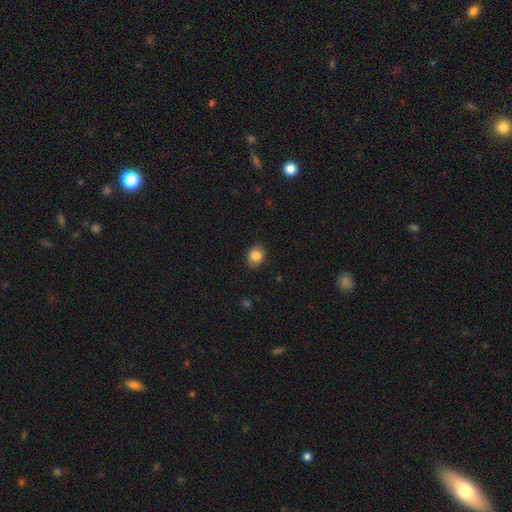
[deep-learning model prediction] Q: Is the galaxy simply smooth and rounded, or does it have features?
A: smooth — 86%.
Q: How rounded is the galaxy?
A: in between — 51%.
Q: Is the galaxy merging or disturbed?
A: none — 84%.